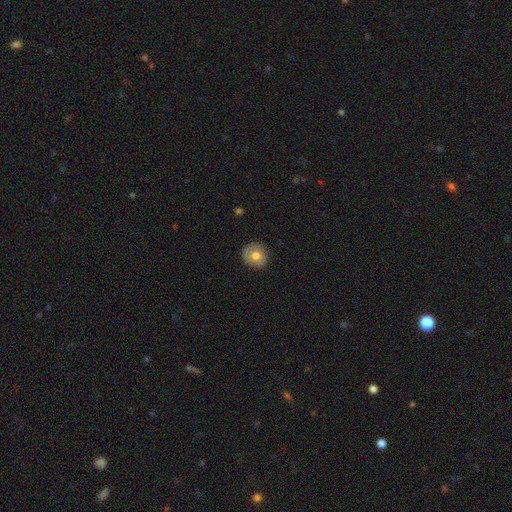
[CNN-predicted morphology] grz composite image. It shows a smooth galaxy with no disk features (62%) that is round (90%). Merging: none (84%).